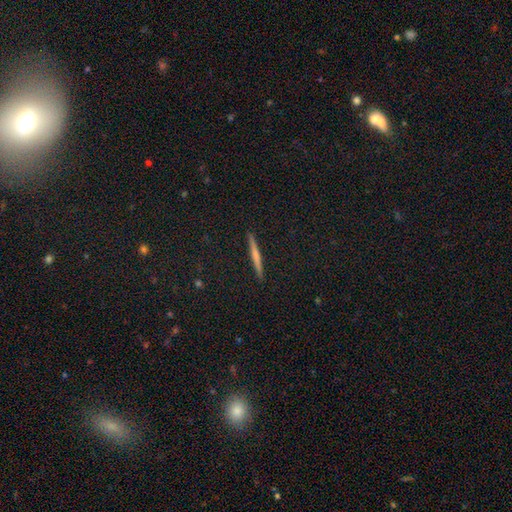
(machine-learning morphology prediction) The model was most divided on "smooth or featured": smooth: 48%, featured or disk: 43%, star or artifact: 9%. More confident: merging — none (92%).